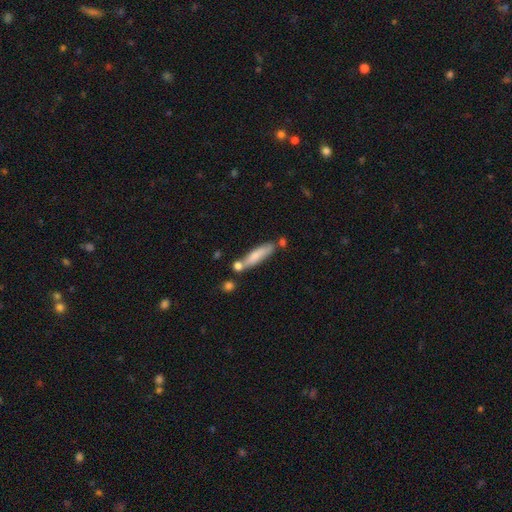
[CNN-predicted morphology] type=smooth (71%); roundness=cigar-shaped (79%); merging=none (60%).